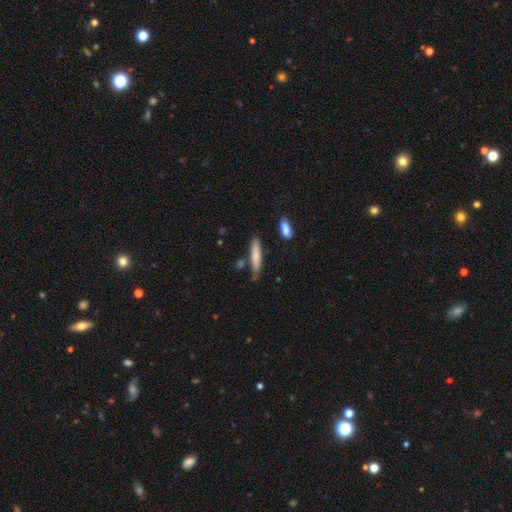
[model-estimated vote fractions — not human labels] Q: Smooth or featured?
A: smooth (75%); runner-up: featured or disk (20%)
Q: How rounded?
A: cigar-shaped (85%); runner-up: in between (13%)
Q: Merging?
A: none (71%); runner-up: minor disturbance (19%)